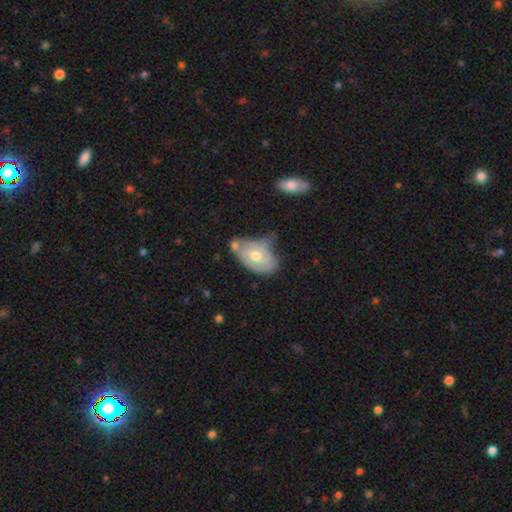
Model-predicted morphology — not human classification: The model was most divided on "merging": minor disturbance: 33%, none: 32%, merger: 21%, major disturbance: 14%. Remaining: smooth or featured — featured or disk (47%).